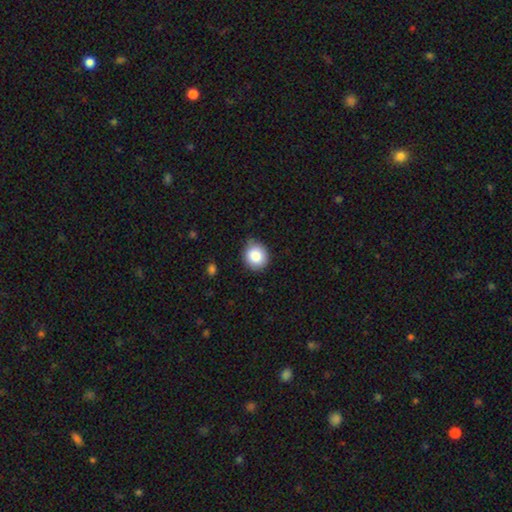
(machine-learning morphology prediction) Overall: smooth (86%). How rounded: round (77%). Merging: none (80%).